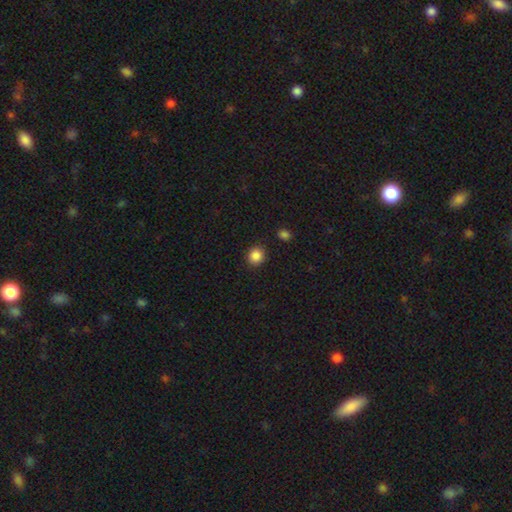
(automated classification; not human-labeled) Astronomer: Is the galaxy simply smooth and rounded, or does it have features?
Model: smooth — 87%.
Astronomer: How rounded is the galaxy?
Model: round — 86%.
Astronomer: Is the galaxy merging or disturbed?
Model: none — 89%.